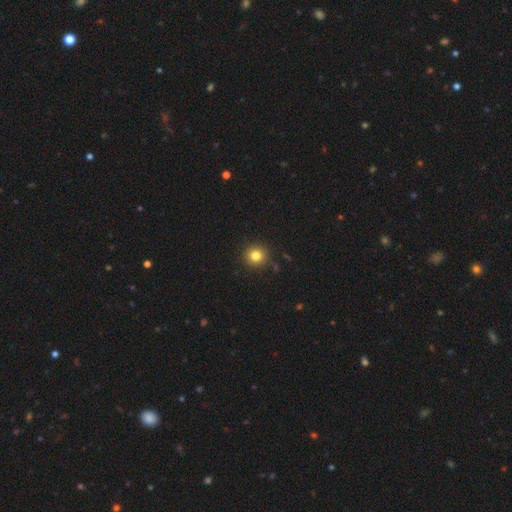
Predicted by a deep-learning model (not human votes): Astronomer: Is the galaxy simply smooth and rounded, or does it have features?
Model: smooth — 82%.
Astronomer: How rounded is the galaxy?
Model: round — 93%.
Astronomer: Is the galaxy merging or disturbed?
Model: none — 89%.